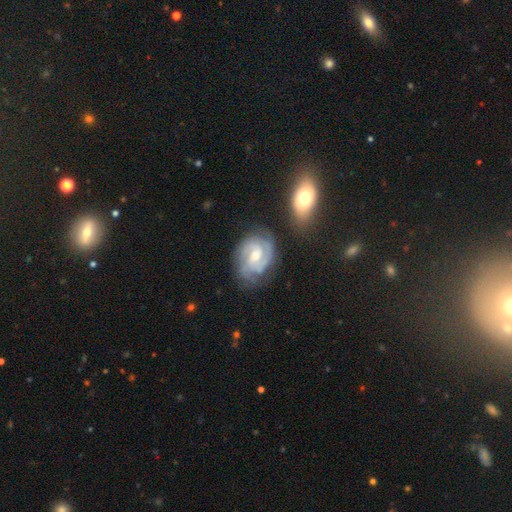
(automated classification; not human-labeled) A featured or disk galaxy (90%) with a weak bar (52%), 2 (60%) tight (59%) spiral arms (98%) and a moderate central bulge (54%).

Vote fractions:
- Smooth or featured? featured or disk: 90% / smooth: 6% / star or artifact: 4%
- Edge-on disk? no: 98% / yes: 2%
- Bar? weak: 52% / no: 35% / strong: 13%
- Spiral arms? yes: 98% / no: 2%
- Spiral winding? tight: 59% / medium: 36% / loose: 5%
- Spiral arm count? 2: 60% / 3: 24% / can't tell: 7% / 4: 3% / 1: 3% / more than 4: 2%
- Bulge size? moderate: 54% / small: 36% / large: 5% / none: 4% / dominant: 1%
- Merging? none: 74% / minor disturbance: 17% / major disturbance: 6% / merger: 4%